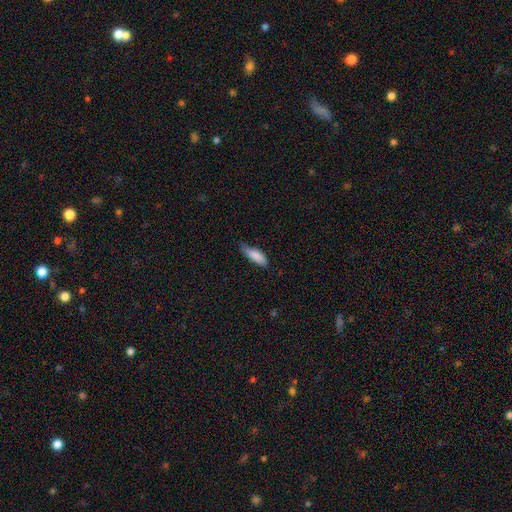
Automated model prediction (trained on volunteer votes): The model was most divided on "merging" (2-way tie): none: 44%, minor disturbance: 44%, major disturbance: 10%, merger: 2%. More confident: smooth or featured — smooth (85%); how rounded — in between (63%).